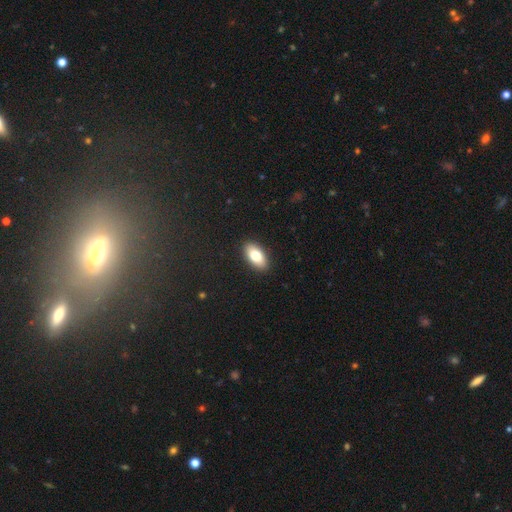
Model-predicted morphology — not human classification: smooth-or-featured: smooth: 79% | featured or disk: 14% | star or artifact: 7%
  how-rounded: in between: 92% | cigar-shaped: 5% | round: 3%
  merging: none: 90% | minor disturbance: 7% | major disturbance: 2% | merger: 1%